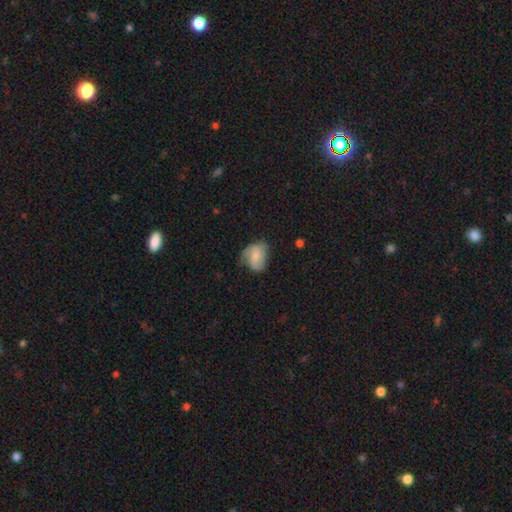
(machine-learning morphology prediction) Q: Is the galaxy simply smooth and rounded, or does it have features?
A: smooth — 50%.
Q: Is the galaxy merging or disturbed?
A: none — 45%.